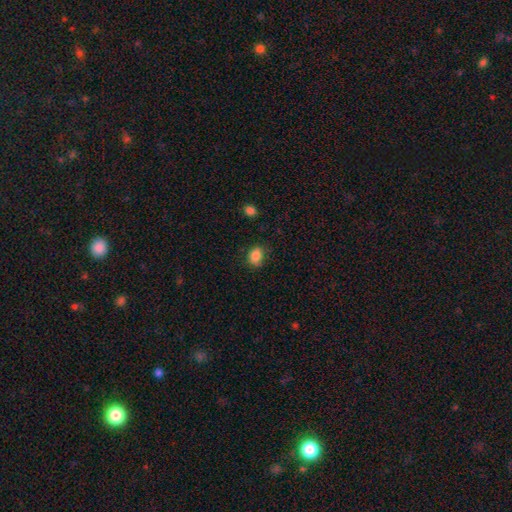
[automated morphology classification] A smooth galaxy with no disk features (86%) that is in between round and cigar-shaped (64%). Merging: none (76%).